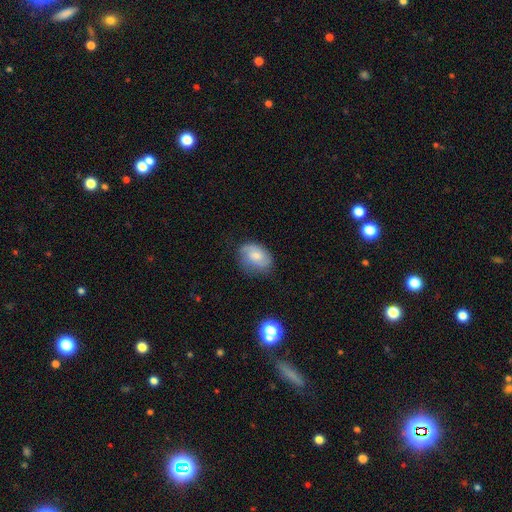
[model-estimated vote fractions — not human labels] Smooth or featured? Predicted: smooth (p=0.46, tied with featured or disk). Merging? Predicted: none (p=0.66).